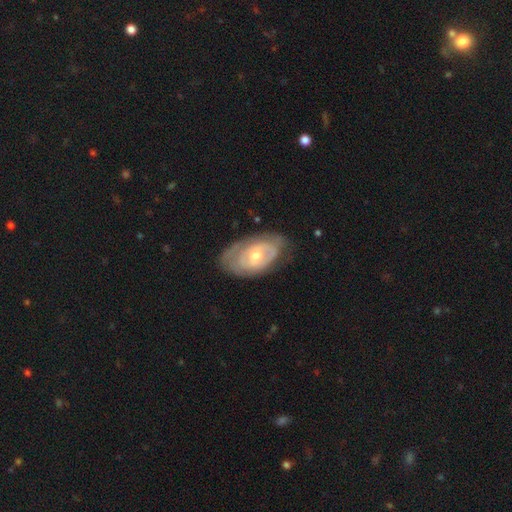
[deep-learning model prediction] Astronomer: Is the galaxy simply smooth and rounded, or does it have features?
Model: featured or disk — 67%.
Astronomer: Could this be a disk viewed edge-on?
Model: no — 94%.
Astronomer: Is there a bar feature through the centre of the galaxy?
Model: no — 67%.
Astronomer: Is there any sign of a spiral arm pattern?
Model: yes — 61% (runner-up: no, 39%).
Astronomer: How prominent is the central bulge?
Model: moderate — 60% (runner-up: small, 35%).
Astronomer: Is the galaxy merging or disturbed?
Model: none — 65%.